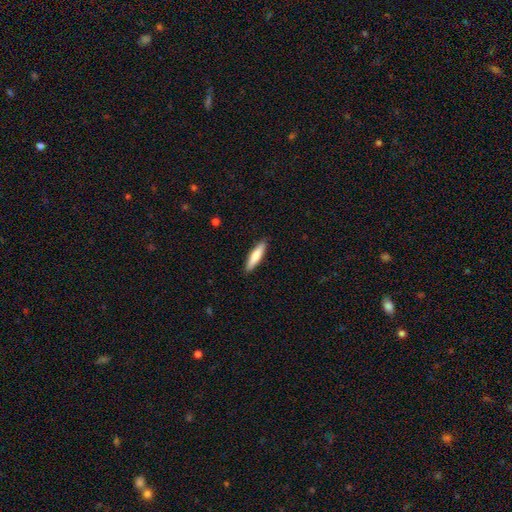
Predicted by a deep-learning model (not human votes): This is likely a smooth galaxy (78%). How rounded: likely cigar-shaped (79%). Merging: clearly none (90%).